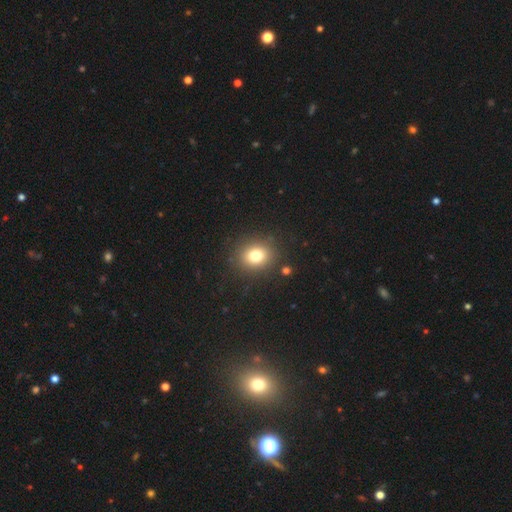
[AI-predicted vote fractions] Smooth or featured? Predicted: smooth (p=0.77). How rounded? Predicted: round (p=0.66). Merging? Predicted: none (p=0.87).